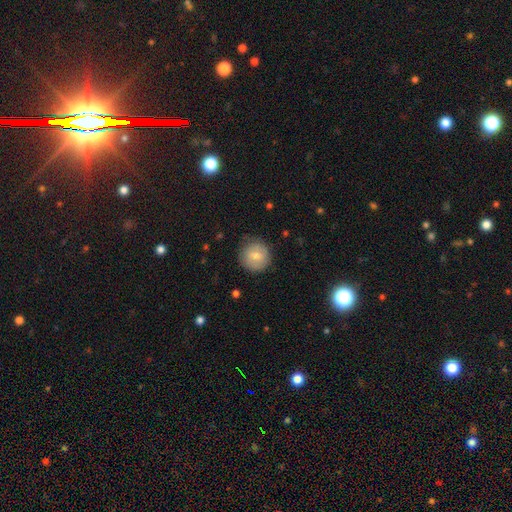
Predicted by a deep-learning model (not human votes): smooth_or_featured: smooth (p=0.75) [alt: featured or disk p=0.18]
how_rounded: round (p=0.93) [alt: in between p=0.06]
merging: none (p=0.83) [alt: minor disturbance p=0.13]